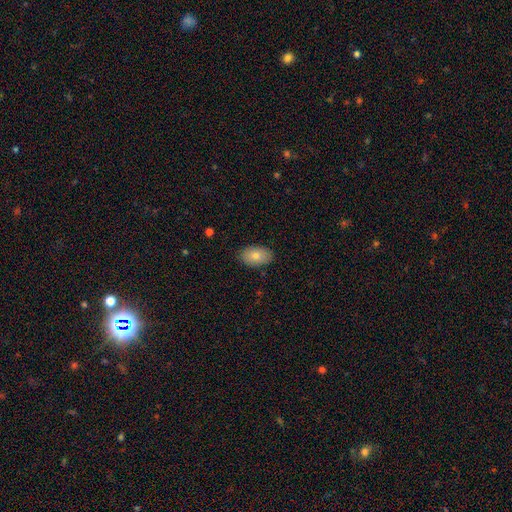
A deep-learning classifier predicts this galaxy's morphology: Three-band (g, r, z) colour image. It shows a smooth galaxy with no disk features (80%) that is in between round and cigar-shaped (93%). Merging: none (86%).